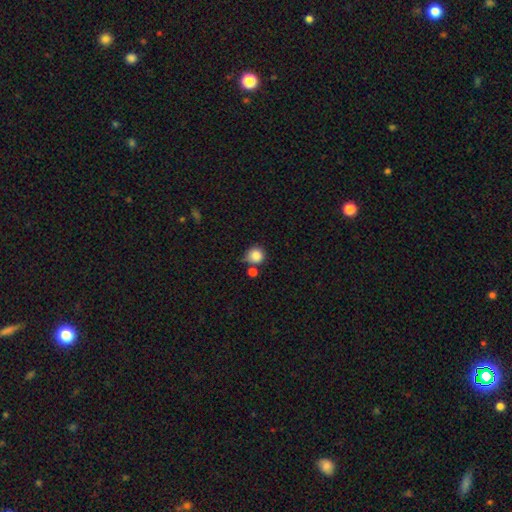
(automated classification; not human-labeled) Smooth or featured? smooth (85%)
How rounded? round (91%)
Merging? none (58%)